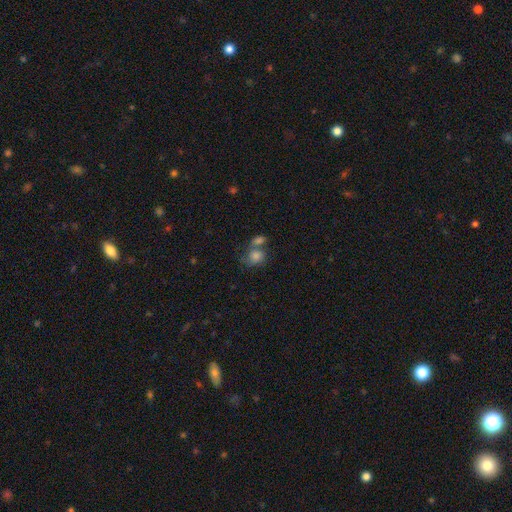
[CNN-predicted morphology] Smooth or featured: smooth — 73% (featured or disk — 17%)
How rounded: round — 58% (in between — 41%)
Merging: merger — 48% (none — 30%)